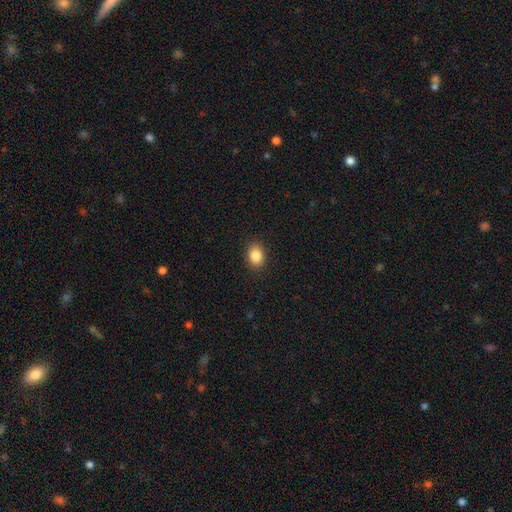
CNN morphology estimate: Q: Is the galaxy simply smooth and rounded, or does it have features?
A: smooth — 86%.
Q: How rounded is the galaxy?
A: in between — 65%.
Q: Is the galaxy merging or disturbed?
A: none — 89%.